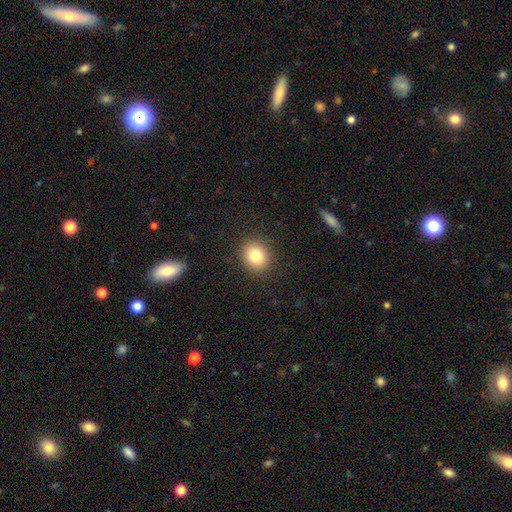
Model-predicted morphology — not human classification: Q: Smooth or featured?
A: smooth (81%); runner-up: star or artifact (11%)
Q: How rounded?
A: round (74%); runner-up: in between (25%)
Q: Merging?
A: none (90%); runner-up: minor disturbance (7%)